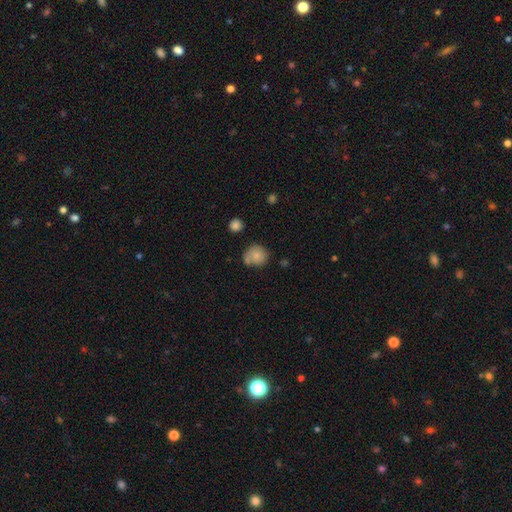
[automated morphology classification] The model was most divided on "merging": none: 57%, minor disturbance: 21%, merger: 15%, major disturbance: 7%. More confident: how rounded — round (81%); smooth or featured — smooth (77%).